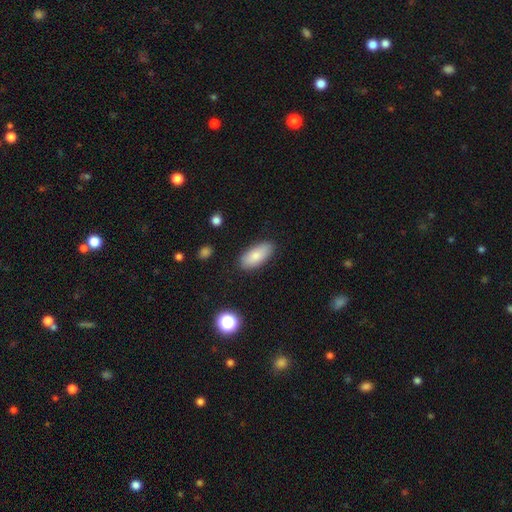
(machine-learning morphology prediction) Smooth or featured?
  - smooth: 82% *
  - featured or disk: 11%
  - star or artifact: 7%
How rounded?
  - in between: 88% *
  - cigar-shaped: 10%
  - round: 2%
Merging?
  - none: 85% *
  - minor disturbance: 11%
  - major disturbance: 2%
  - merger: 1%